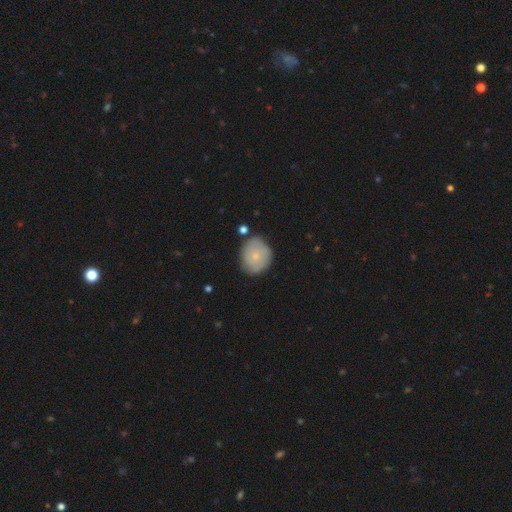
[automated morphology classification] Smooth or featured? Predicted: smooth (p=0.70). How rounded? Predicted: round (p=0.74). Merging? Predicted: none (p=0.74).